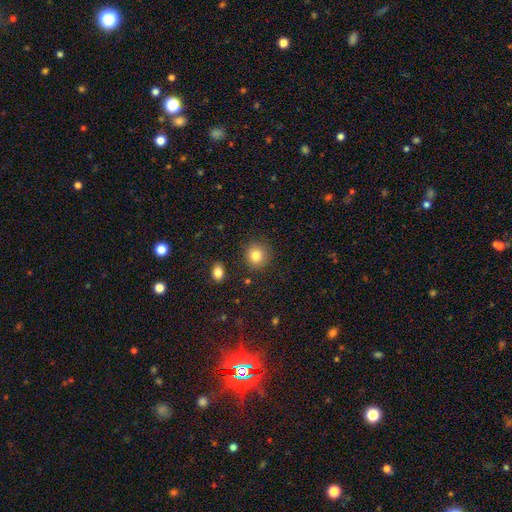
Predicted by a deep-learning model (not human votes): Q: Smooth or featured?
A: smooth (84%); runner-up: star or artifact (10%)
Q: How rounded?
A: round (89%); runner-up: in between (10%)
Q: Merging?
A: none (87%); runner-up: minor disturbance (8%)